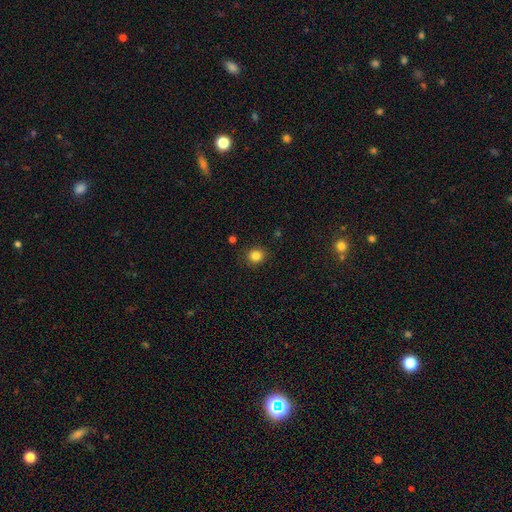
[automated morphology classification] A smooth galaxy with no disk features (83%) that is round (86%). Merging: none (89%).